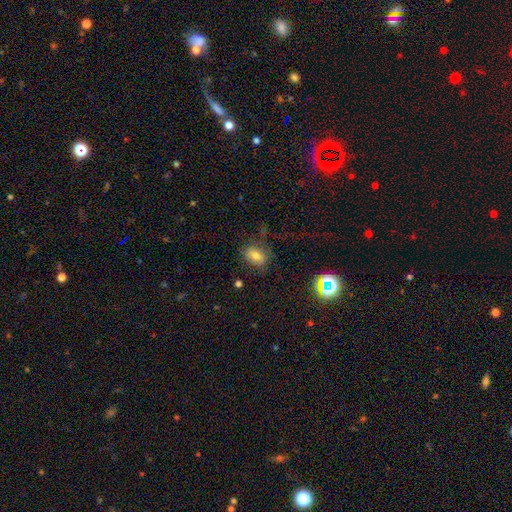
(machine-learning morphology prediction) type=smooth (67%); roundness=in between (69%); merging=none (73%).